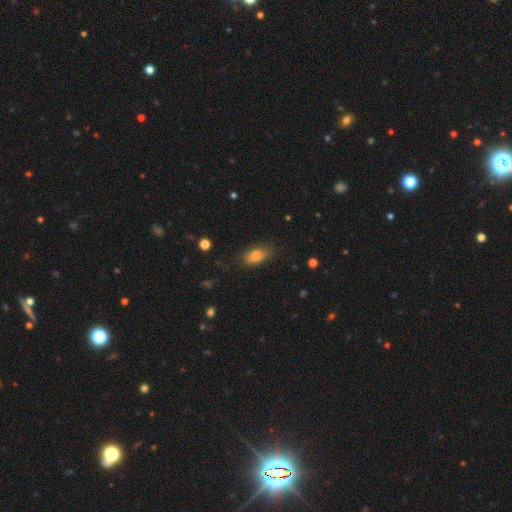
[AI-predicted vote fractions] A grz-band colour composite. It shows a smooth galaxy with no disk features (80%) that is in between round and cigar-shaped (86%). Merging: none (75%).